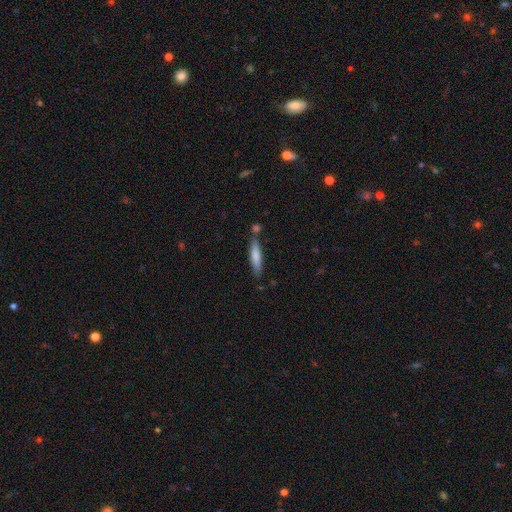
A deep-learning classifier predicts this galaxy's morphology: Smooth or featured: smooth — 72% (featured or disk — 23%)
How rounded: cigar-shaped — 84% (in between — 14%)
Merging: none — 74% (minor disturbance — 14%)